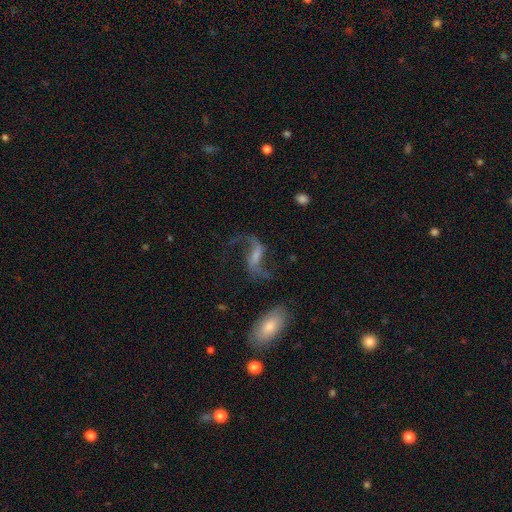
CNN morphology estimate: featured or disk 83%, star or artifact 9%, smooth 9%. Down the decision tree: edge-on disk — no (95%); bar — weak (43%); spiral arms — yes (94%); spiral arm count — 2 (91%); spiral winding — loose (84%); bulge size — small (43%); merging — none (65%).